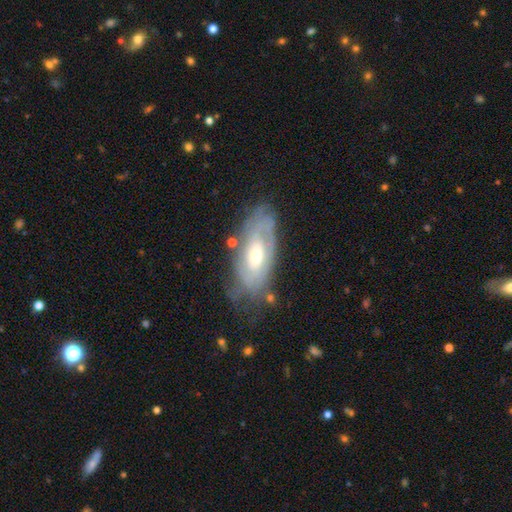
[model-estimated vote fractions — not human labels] Q: Smooth or featured?
A: featured or disk (70%); runner-up: smooth (23%)
Q: Edge-on disk?
A: no (87%); runner-up: yes (13%)
Q: Bar?
A: no (64%); runner-up: weak (29%)
Q: Spiral arms?
A: yes (75%); runner-up: no (25%)
Q: Bulge size?
A: moderate (62%); runner-up: small (28%)
Q: Merging?
A: none (67%); runner-up: minor disturbance (23%)